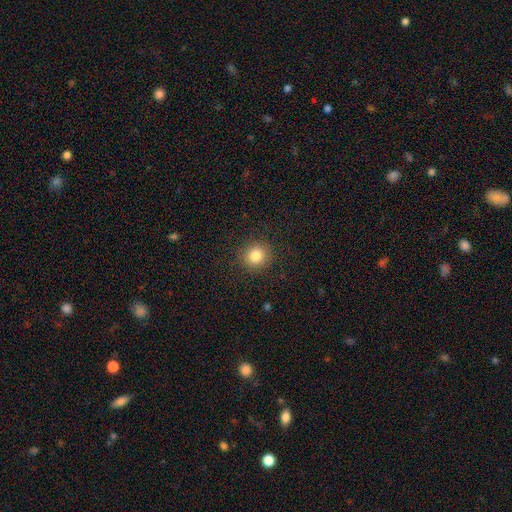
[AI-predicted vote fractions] Morphology: type=smooth (83%); roundness=round (88%); merging=none (89%).